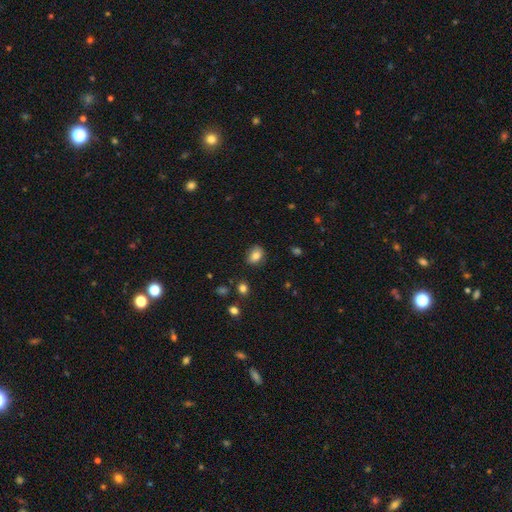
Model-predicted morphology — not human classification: smooth-or-featured: smooth: 81% | star or artifact: 10% | featured or disk: 9%
  how-rounded: in between: 64% | round: 35% | cigar-shaped: 1%
  merging: none: 82% | minor disturbance: 14% | major disturbance: 3% | merger: 2%